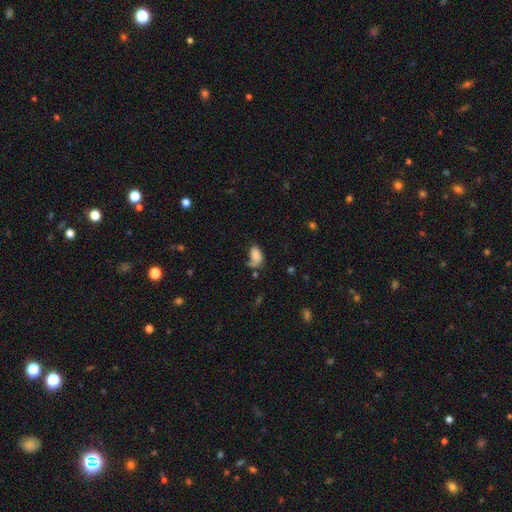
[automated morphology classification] This is likely a smooth galaxy (74%). How rounded: clearly in between (90%). Merging: marginally none (36%).